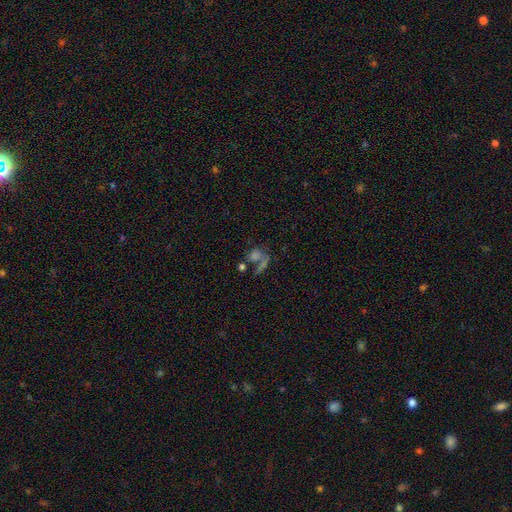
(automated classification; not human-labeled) Smooth or featured? smooth (50%)
Merging? merger (37%)